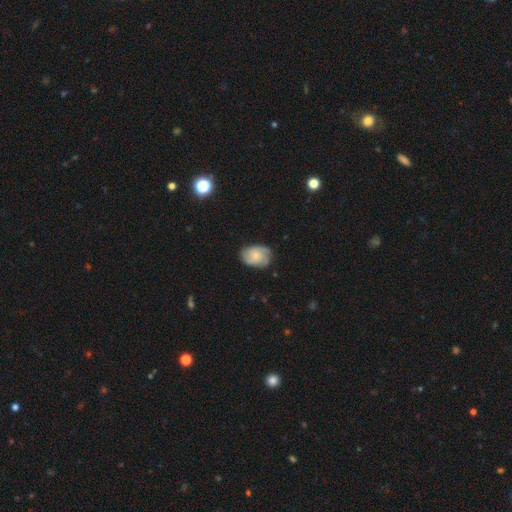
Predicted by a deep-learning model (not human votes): Morphology: type=featured or disk (54%); edge-on=no (97%); bar=no (77%); spiral arms=yes (90%); bulge=small (58%); merging=none (72%).